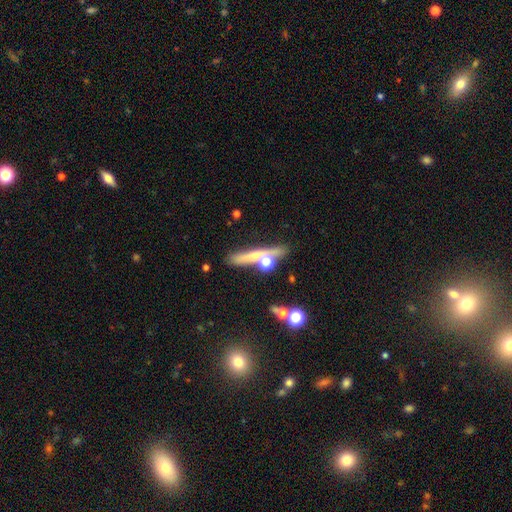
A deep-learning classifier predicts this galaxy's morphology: smooth 43% (tied), featured or disk 43% (tied), star or artifact 14%. Down the decision tree: merging — none (68%).